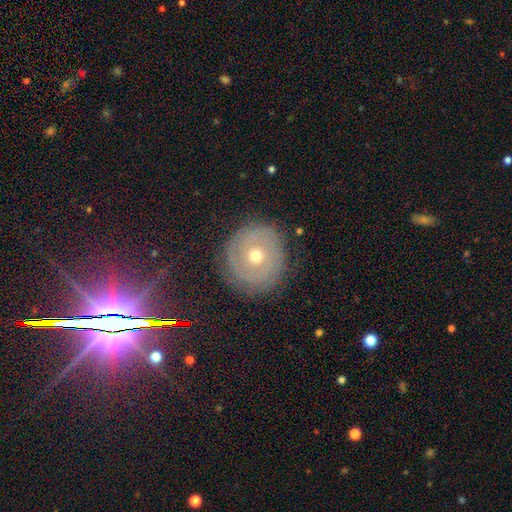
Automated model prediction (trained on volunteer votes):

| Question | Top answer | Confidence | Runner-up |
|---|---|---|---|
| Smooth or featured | featured or disk | 64% | smooth (25%) |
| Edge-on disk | no | 96% | yes (4%) |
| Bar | no | 84% | weak (12%) |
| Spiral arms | yes | 71% | no (29%) |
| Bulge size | moderate | 53% | small (44%) |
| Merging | none | 84% | minor disturbance (11%) |